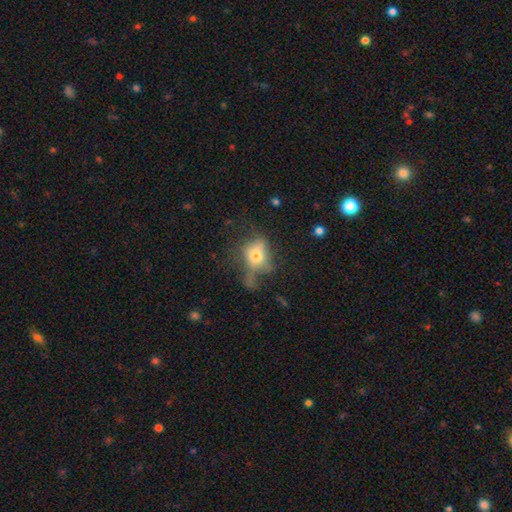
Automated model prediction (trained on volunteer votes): Smooth or featured? smooth (59%)
How rounded? in between (51%)
Merging? major disturbance (38%)